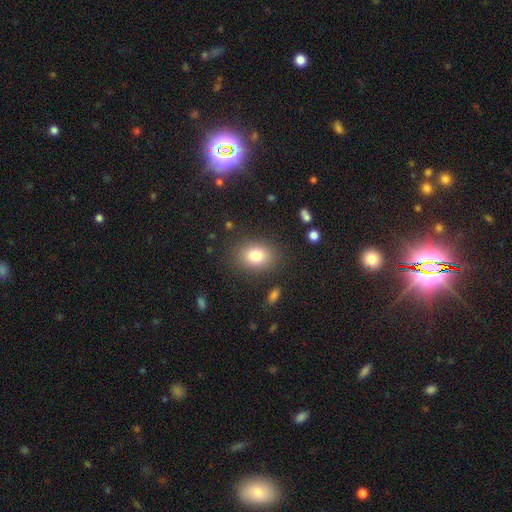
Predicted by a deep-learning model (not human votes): Smooth or featured? Predicted: smooth (p=0.80). How rounded? Predicted: in between (p=0.58). Merging? Predicted: none (p=0.85).